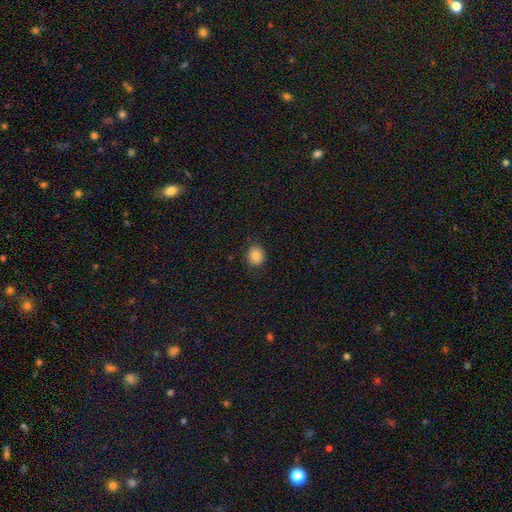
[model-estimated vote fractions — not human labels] This is clearly a smooth galaxy (86%). How rounded: likely round (77%). Merging: clearly none (87%).